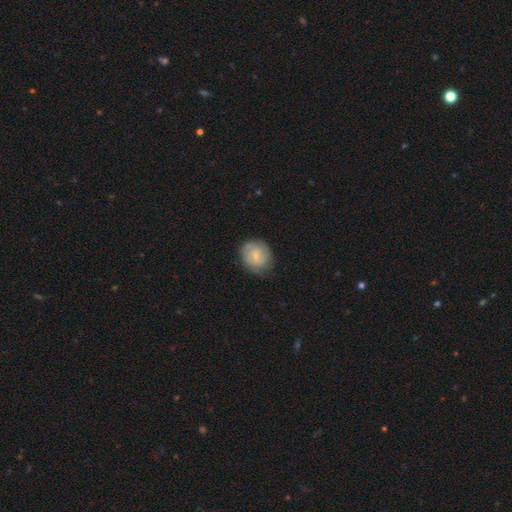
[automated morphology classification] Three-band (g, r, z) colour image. It shows a featured or disk galaxy (49%). Merging: none (77%).